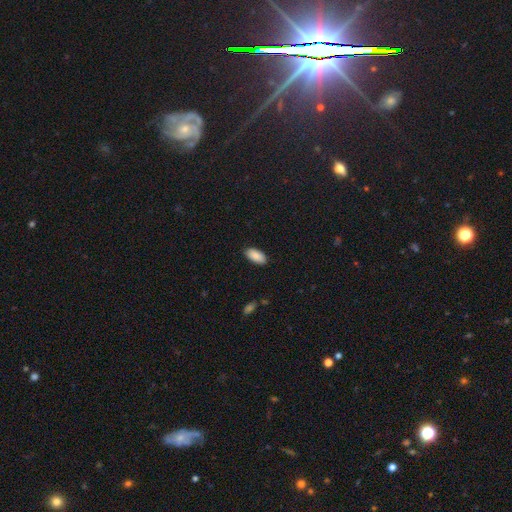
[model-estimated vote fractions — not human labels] Overall: smooth (89%). How rounded: in between (93%). Merging: none (88%).